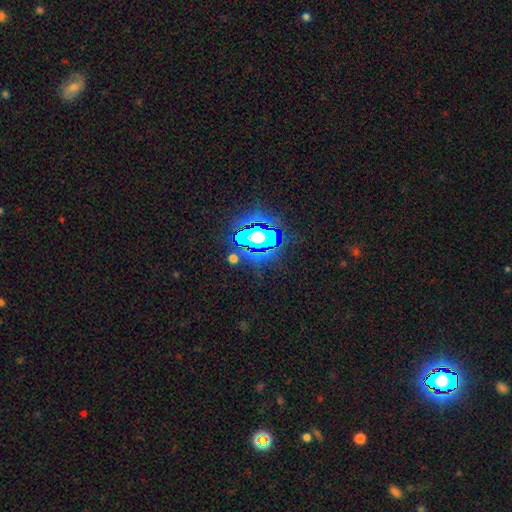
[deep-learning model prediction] A star or artifact, not a galaxy (80%).